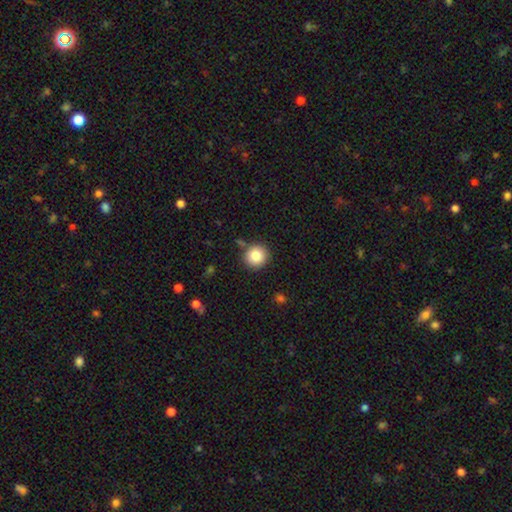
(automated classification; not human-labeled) smooth-or-featured: smooth: 84% | star or artifact: 10% | featured or disk: 7%
  how-rounded: round: 93% | in between: 6% | cigar-shaped: 1%
  merging: none: 87% | minor disturbance: 8% | merger: 3% | major disturbance: 2%